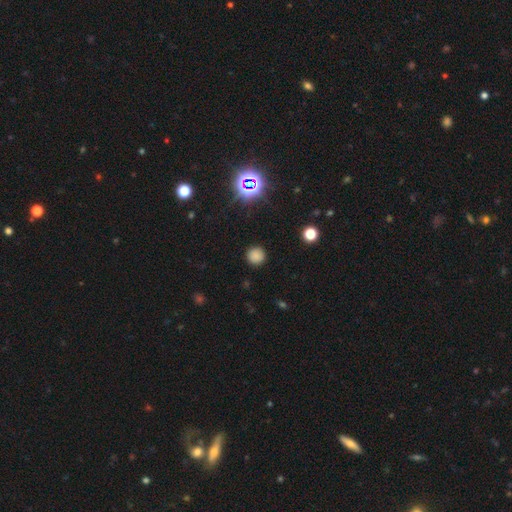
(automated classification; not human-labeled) Smooth or featured: smooth — 78% (star or artifact — 18%)
How rounded: round — 94% (in between — 5%)
Merging: none — 90% (minor disturbance — 7%)